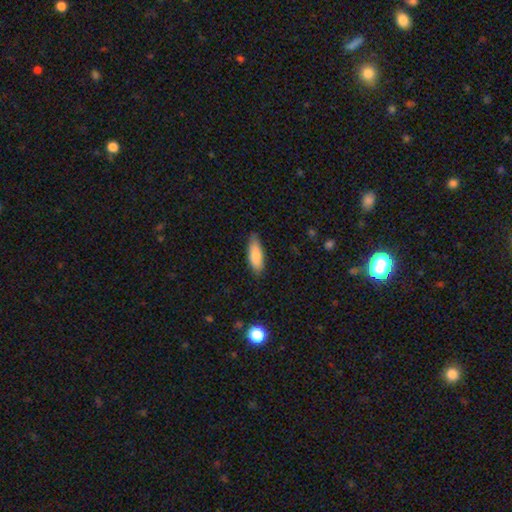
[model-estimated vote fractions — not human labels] smooth 81%, featured or disk 13%, star or artifact 6%. Down the decision tree: how rounded — in between (69%); merging — none (75%).